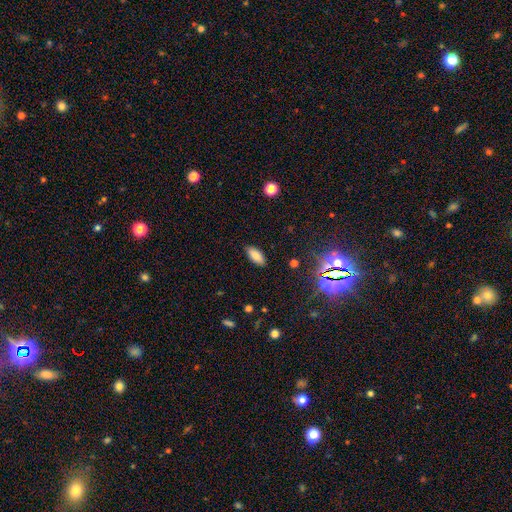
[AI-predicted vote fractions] smooth_or_featured: smooth (p=0.83) [alt: star or artifact p=0.11]
how_rounded: in between (p=0.86) [alt: cigar-shaped p=0.11]
merging: none (p=0.88) [alt: minor disturbance p=0.08]